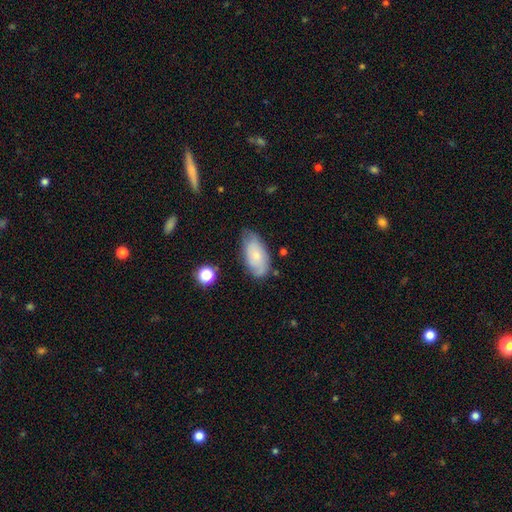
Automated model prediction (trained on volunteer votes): Q: Smooth or featured?
A: smooth (58%); runner-up: featured or disk (35%)
Q: How rounded?
A: in between (92%); runner-up: cigar-shaped (5%)
Q: Merging?
A: none (66%); runner-up: minor disturbance (26%)